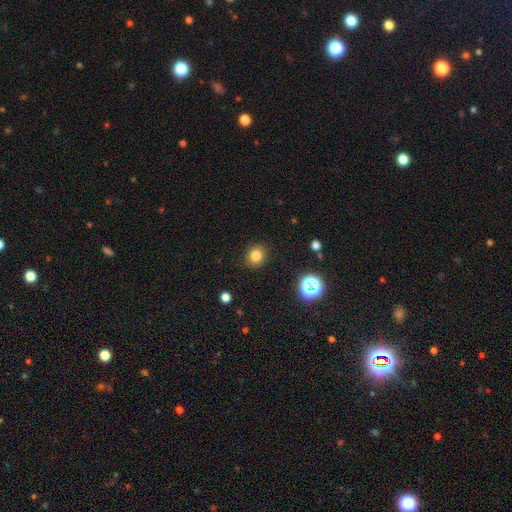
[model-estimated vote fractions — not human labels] Smooth or featured?
  - smooth: 81% *
  - star or artifact: 14%
  - featured or disk: 6%
How rounded?
  - round: 81% *
  - in between: 18%
  - cigar-shaped: 1%
Merging?
  - none: 89% *
  - minor disturbance: 7%
  - major disturbance: 2%
  - merger: 1%